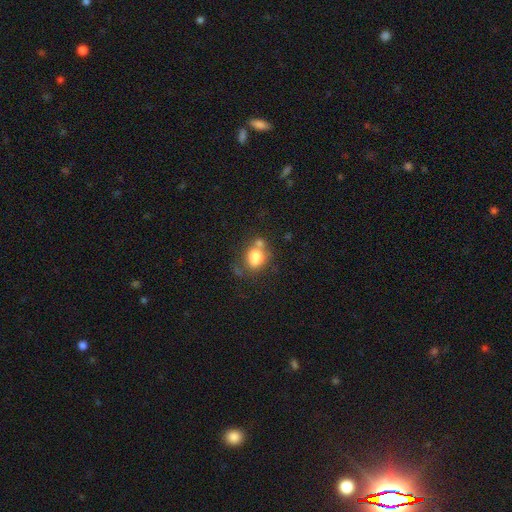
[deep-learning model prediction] Smooth or featured?
  - smooth: 73% *
  - featured or disk: 17%
  - star or artifact: 10%
How rounded?
  - in between: 58% *
  - round: 41%
  - cigar-shaped: 1%
Merging?
  - merger: 38% *
  - none: 35%
  - minor disturbance: 17%
  - major disturbance: 10%